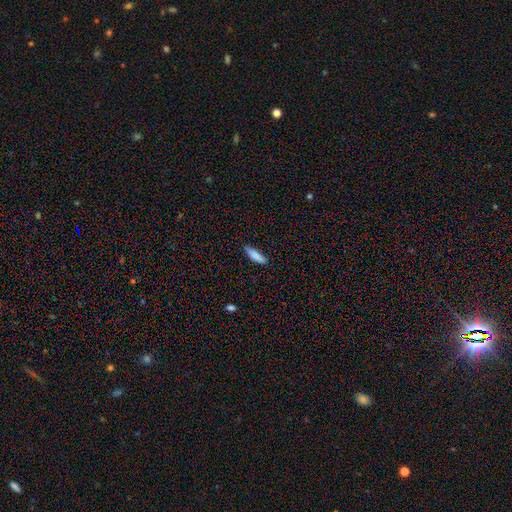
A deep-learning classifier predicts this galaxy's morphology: smooth 84%, featured or disk 9%, star or artifact 7%. Down the decision tree: how rounded — cigar-shaped (63%); merging — none (81%).